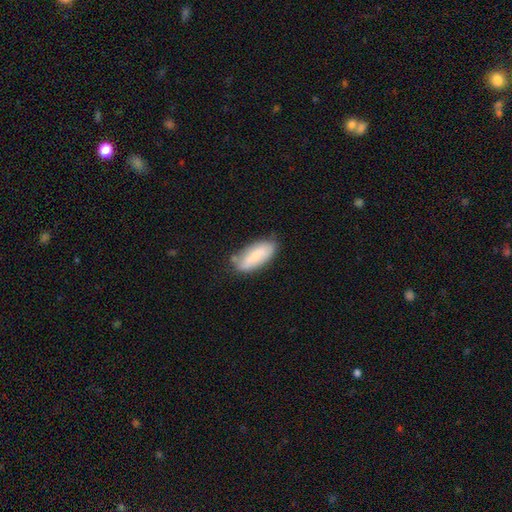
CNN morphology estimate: Smooth or featured?
  - smooth: 71% *
  - featured or disk: 23%
  - star or artifact: 6%
How rounded?
  - in between: 81% *
  - cigar-shaped: 17%
  - round: 2%
Merging?
  - none: 68% *
  - minor disturbance: 24%
  - major disturbance: 5%
  - merger: 4%